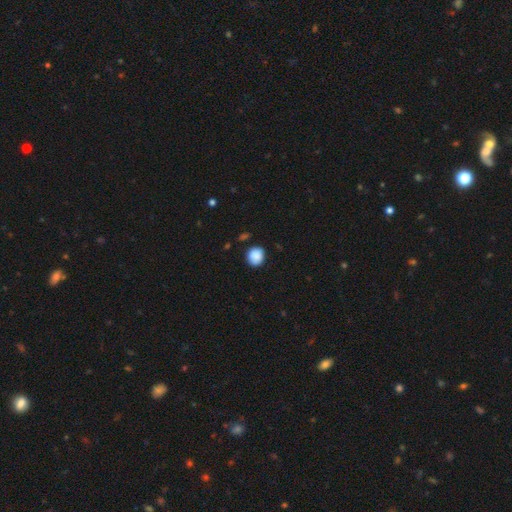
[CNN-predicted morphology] This appears to be a smooth galaxy with no disk features (89%) that is round (82%). Merging: none (83%).